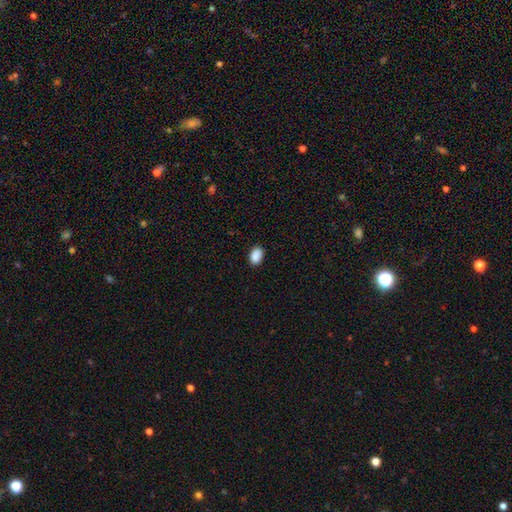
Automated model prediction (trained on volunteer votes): Overall: smooth (90%). How rounded: in between (85%). Merging: none (88%).